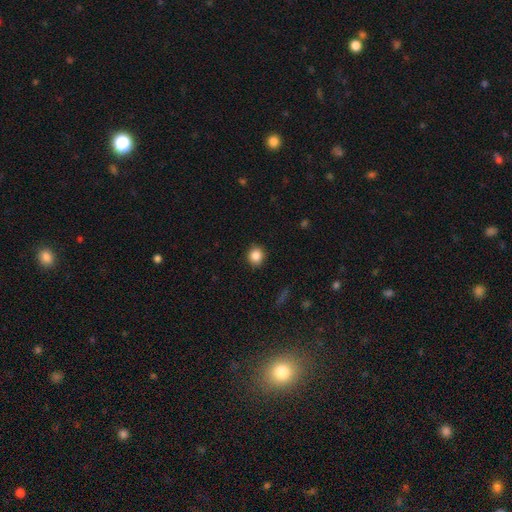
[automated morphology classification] smooth-or-featured: smooth: 86% | star or artifact: 10% | featured or disk: 4%
  how-rounded: round: 85% | in between: 14% | cigar-shaped: 1%
  merging: none: 90% | minor disturbance: 7% | major disturbance: 2% | merger: 1%